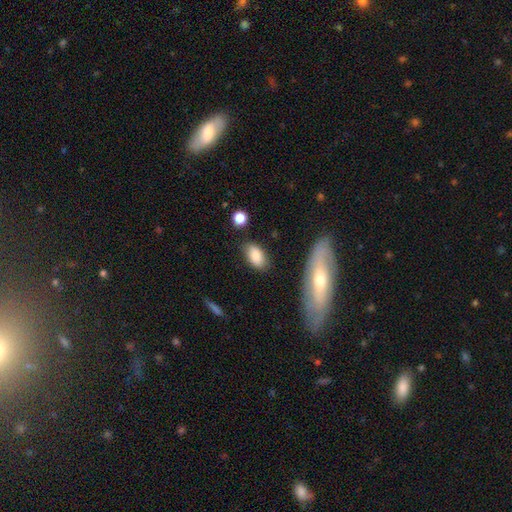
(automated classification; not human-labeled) A smooth galaxy with no disk features (86%) that is in between round and cigar-shaped (91%).

Vote fractions:
- Smooth or featured? smooth: 86% / featured or disk: 7% / star or artifact: 7%
- How rounded? in between: 91% / round: 6% / cigar-shaped: 3%
- Merging? none: 77% / minor disturbance: 16% / major disturbance: 4% / merger: 3%